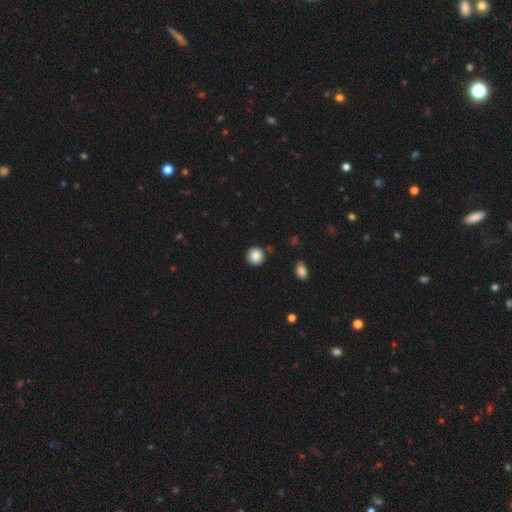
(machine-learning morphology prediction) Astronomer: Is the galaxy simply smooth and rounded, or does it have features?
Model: smooth — 86%.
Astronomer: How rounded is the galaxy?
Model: round — 93%.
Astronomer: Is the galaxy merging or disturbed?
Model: none — 87%.